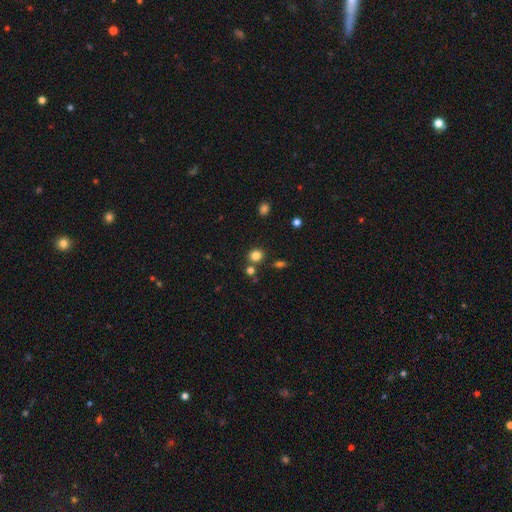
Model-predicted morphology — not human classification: This is clearly a smooth galaxy (82%). How rounded: clearly round (80%). Merging: likely none (75%).